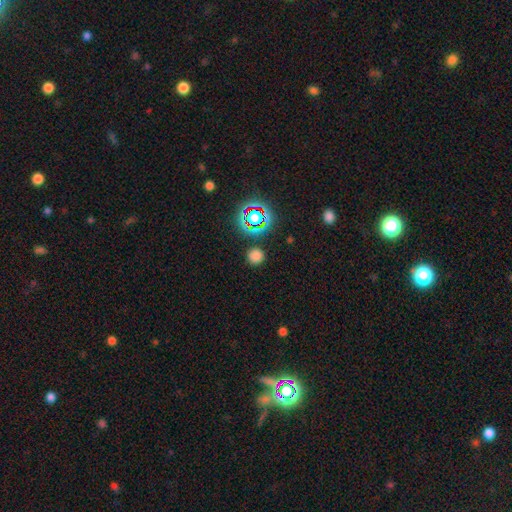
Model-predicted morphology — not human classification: Smooth or featured? Predicted: smooth (p=0.72). How rounded? Predicted: round (p=0.93). Merging? Predicted: none (p=0.88).